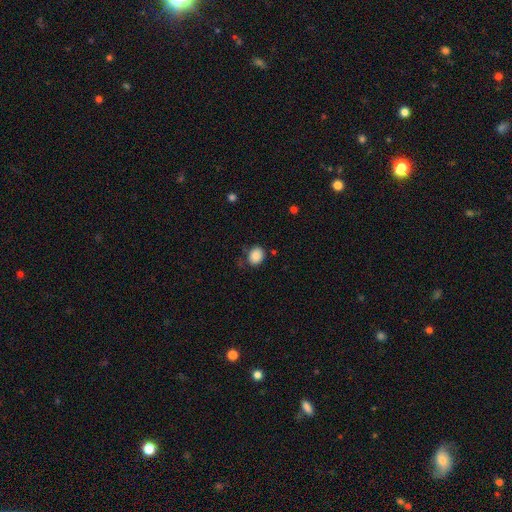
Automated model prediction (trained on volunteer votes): A smooth galaxy with no disk features (88%) that is round (54%). Merging: none (75%).